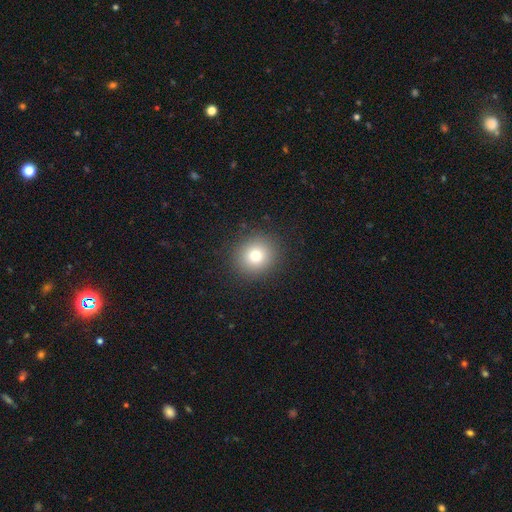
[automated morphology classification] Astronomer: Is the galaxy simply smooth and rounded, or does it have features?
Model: smooth — 77%.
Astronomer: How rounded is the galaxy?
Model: round — 89%.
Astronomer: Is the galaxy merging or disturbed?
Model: none — 90%.